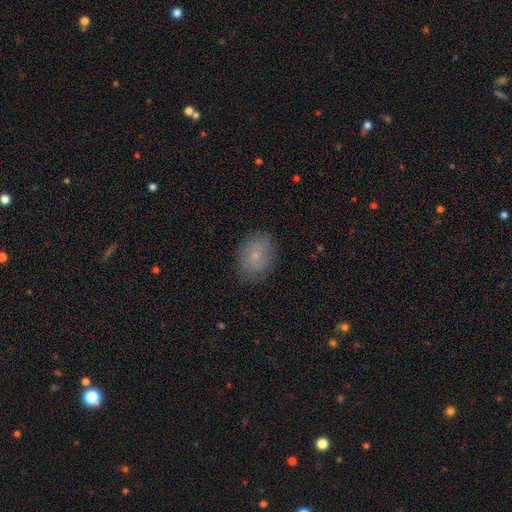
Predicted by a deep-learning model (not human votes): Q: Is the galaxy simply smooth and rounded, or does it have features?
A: smooth — 63%.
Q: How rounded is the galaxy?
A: in between — 64%.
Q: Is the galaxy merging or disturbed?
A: none — 80%.